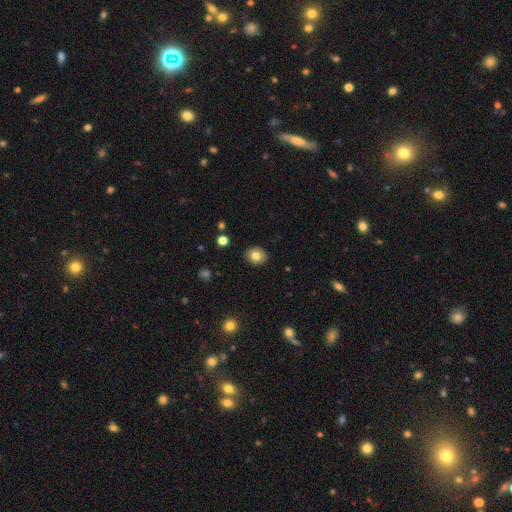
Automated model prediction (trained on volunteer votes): The model was most divided on "how rounded": round: 63%, in between: 36%, cigar-shaped: 1%. More confident: merging — none (89%); smooth or featured — smooth (80%).